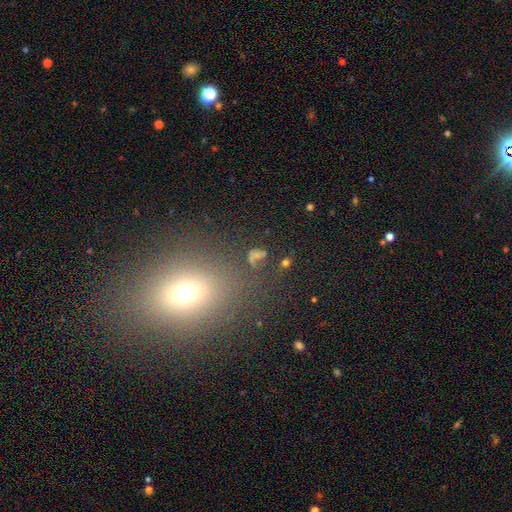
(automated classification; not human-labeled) Smooth or featured: smooth — 43% (star or artifact — 32%)
Merging: none — 46% (major disturbance — 22%)